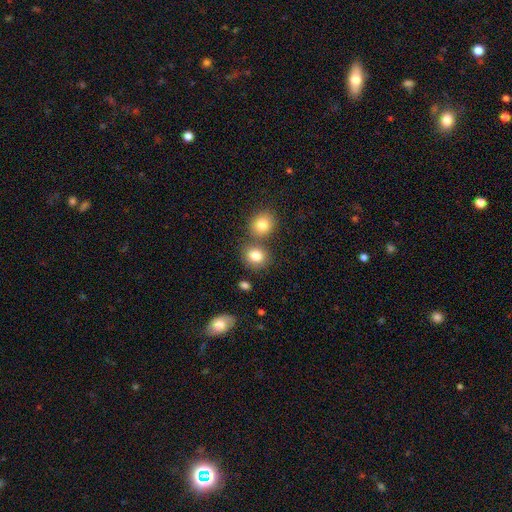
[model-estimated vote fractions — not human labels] This is clearly a smooth galaxy (82%). How rounded: likely round (72%). Merging: likely none (66%).